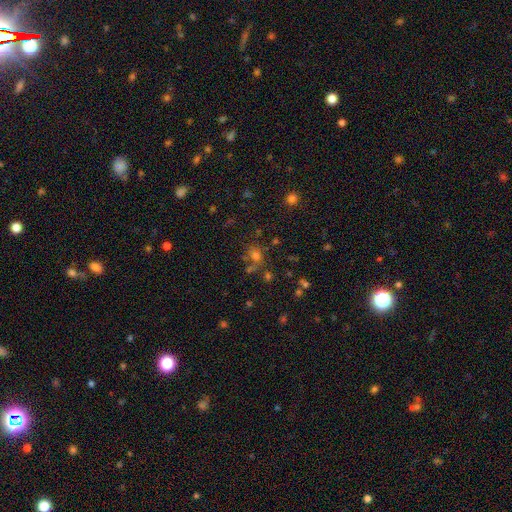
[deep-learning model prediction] This appears to be a smooth galaxy with no disk features (64%) that is round (67%). Merging: none (59%).